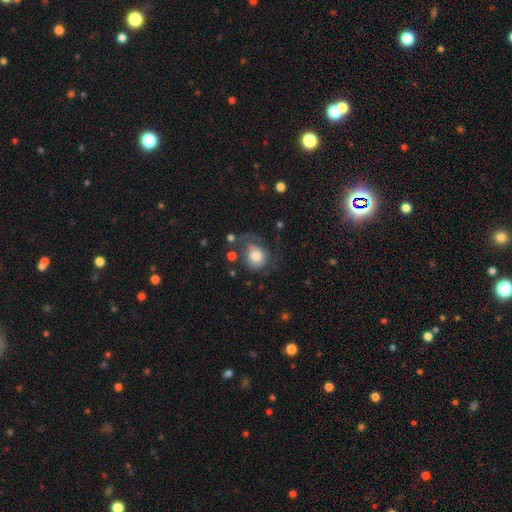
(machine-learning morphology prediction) smooth_or_featured: smooth (p=0.58) [alt: featured or disk p=0.34]
how_rounded: round (p=0.72) [alt: in between p=0.27]
merging: none (p=0.44) [alt: major disturbance p=0.27]